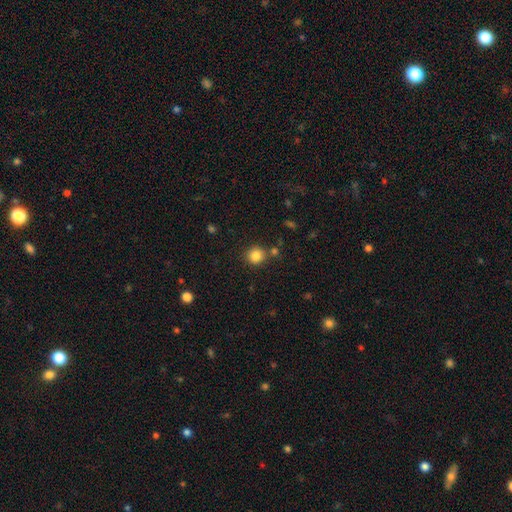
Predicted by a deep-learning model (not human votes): Smooth or featured? smooth (84%)
How rounded? round (91%)
Merging? none (81%)